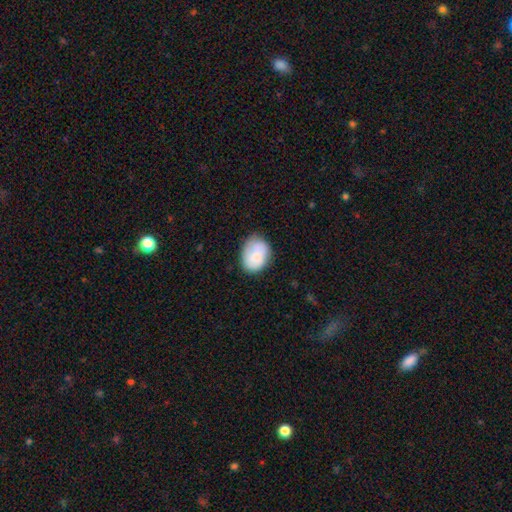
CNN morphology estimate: This is likely a smooth galaxy (80%). How rounded: likely in between (60%). Merging: likely none (69%).